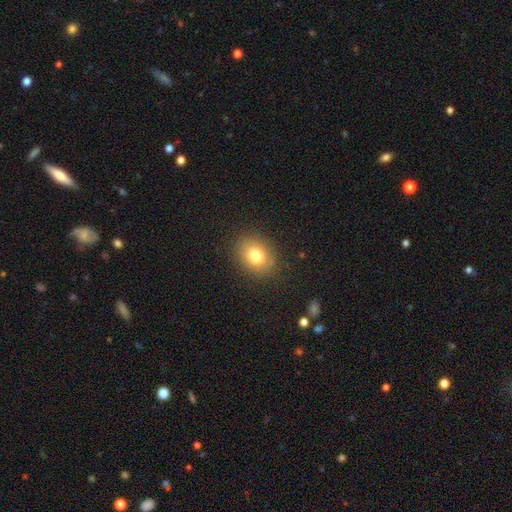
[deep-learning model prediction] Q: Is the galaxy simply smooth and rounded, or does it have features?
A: smooth — 78%.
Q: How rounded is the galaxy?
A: in between — 52%.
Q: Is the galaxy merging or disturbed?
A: none — 85%.